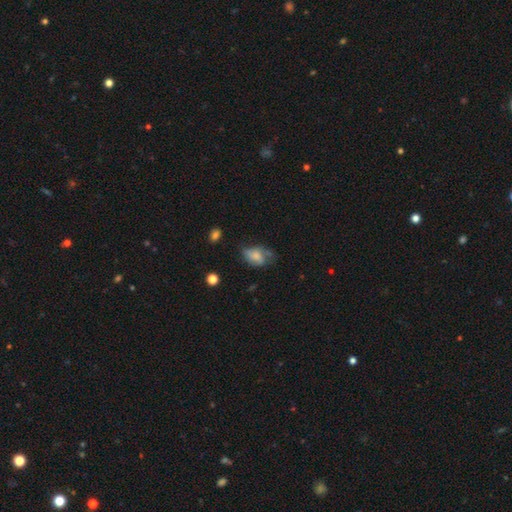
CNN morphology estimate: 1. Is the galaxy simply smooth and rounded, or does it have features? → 61% smooth, 30% featured or disk, 10% star or artifact.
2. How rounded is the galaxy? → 83% in between, 15% round, 2% cigar-shaped.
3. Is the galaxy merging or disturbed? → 38% none, 35% minor disturbance, 24% major disturbance, 3% merger.